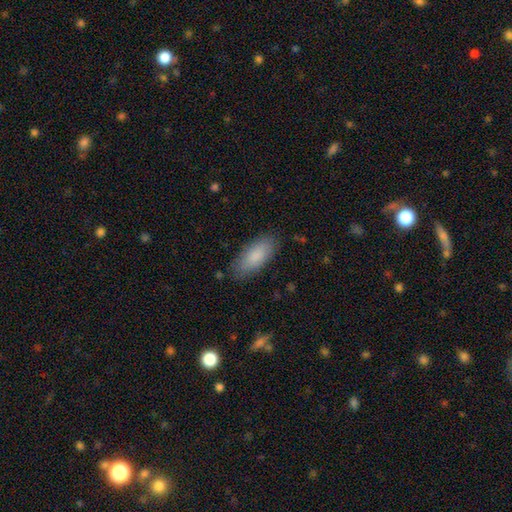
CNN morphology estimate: Smooth or featured?
  - smooth: 86% *
  - featured or disk: 8%
  - star or artifact: 6%
How rounded?
  - in between: 84% *
  - cigar-shaped: 14%
  - round: 2%
Merging?
  - none: 83% *
  - minor disturbance: 12%
  - major disturbance: 3%
  - merger: 1%